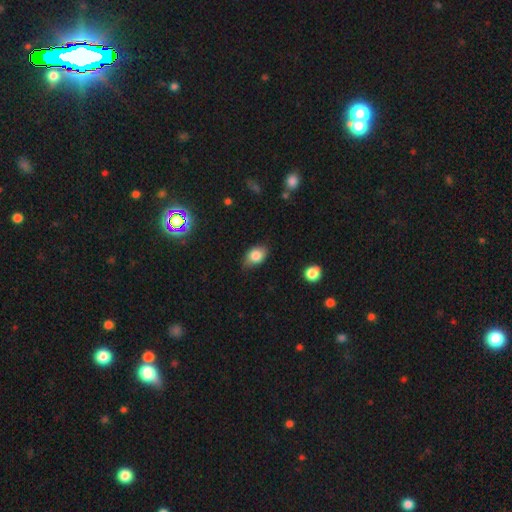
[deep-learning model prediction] The model was most divided on "merging": none: 69%, minor disturbance: 25%, major disturbance: 5%, merger: 1%. More confident: smooth or featured — smooth (81%); how rounded — in between (78%).